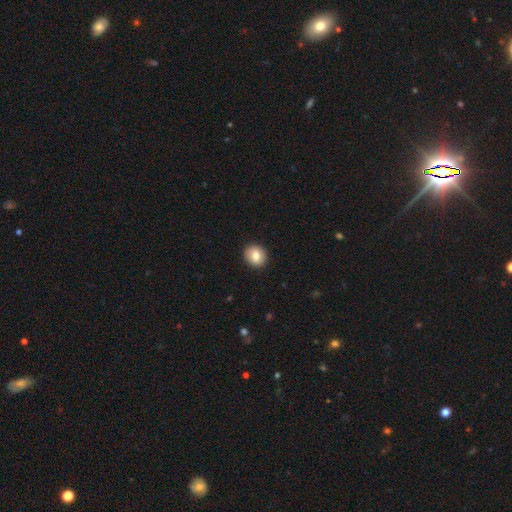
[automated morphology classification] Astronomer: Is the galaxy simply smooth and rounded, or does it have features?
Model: smooth — 80%.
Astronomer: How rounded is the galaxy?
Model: round — 80%.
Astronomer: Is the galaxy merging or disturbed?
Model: none — 91%.